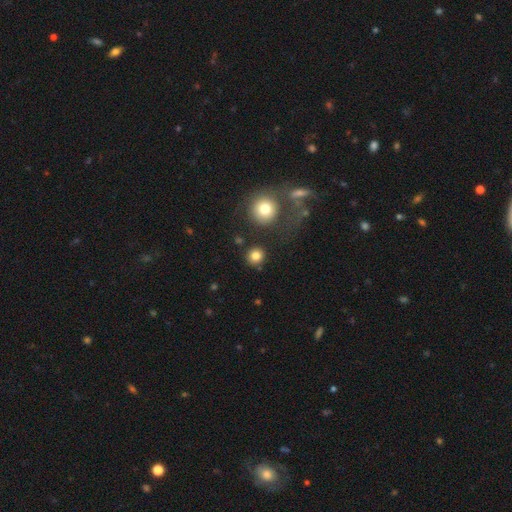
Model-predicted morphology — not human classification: smooth-or-featured: smooth: 82% | star or artifact: 12% | featured or disk: 6%
  how-rounded: round: 92% | in between: 7% | cigar-shaped: 1%
  merging: none: 87% | minor disturbance: 6% | merger: 4% | major disturbance: 3%